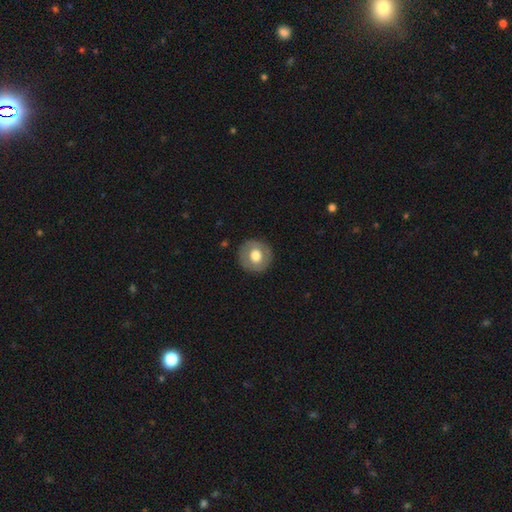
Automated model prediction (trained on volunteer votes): Overall: smooth (64%; featured or disk 29%). How rounded: round (93%). Merging: none (88%).